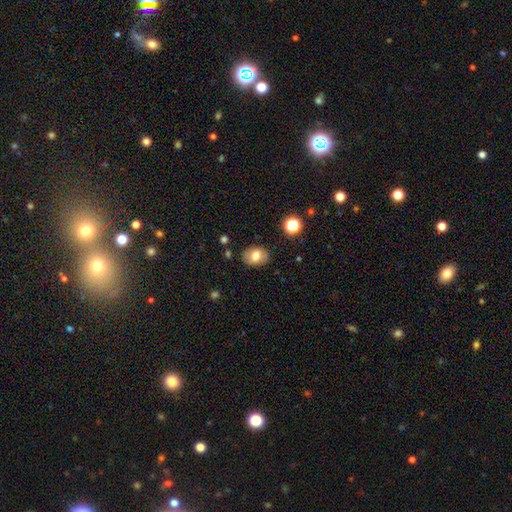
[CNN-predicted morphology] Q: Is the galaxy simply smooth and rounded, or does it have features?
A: smooth — 73%.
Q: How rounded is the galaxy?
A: in between — 67%.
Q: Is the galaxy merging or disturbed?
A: none — 84%.